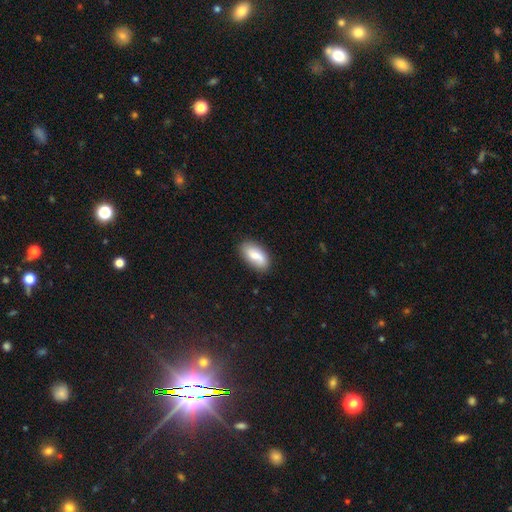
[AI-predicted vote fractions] Smooth or featured? smooth (71%)
How rounded? in between (92%)
Merging? none (79%)